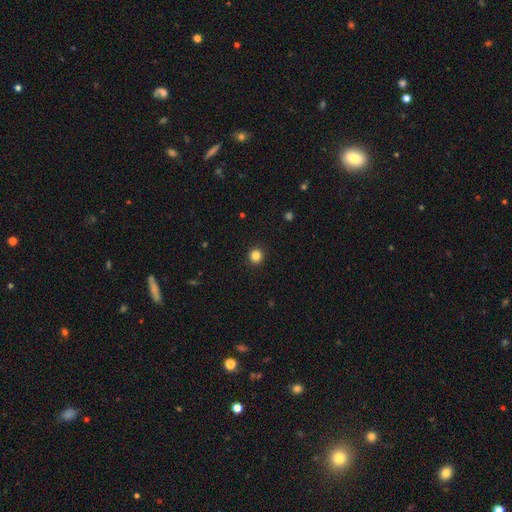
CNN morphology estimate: Smooth or featured?
  - smooth: 83% *
  - star or artifact: 13%
  - featured or disk: 4%
How rounded?
  - round: 94% *
  - in between: 5%
  - cigar-shaped: 1%
Merging?
  - none: 93% *
  - minor disturbance: 5%
  - major disturbance: 2%
  - merger: 1%